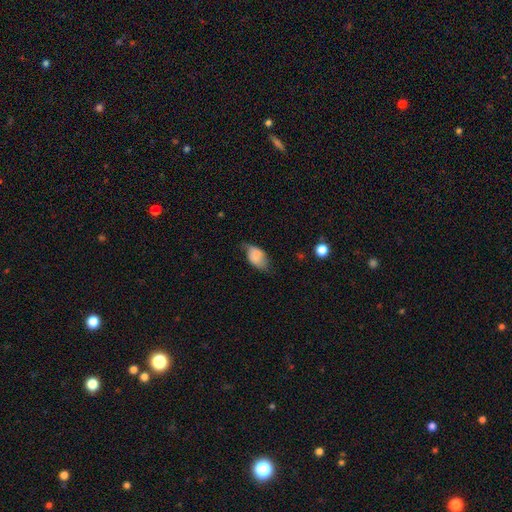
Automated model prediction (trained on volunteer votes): Q: Smooth or featured?
A: smooth (74%); runner-up: featured or disk (17%)
Q: How rounded?
A: in between (91%); runner-up: round (7%)
Q: Merging?
A: none (44%); runner-up: minor disturbance (38%)